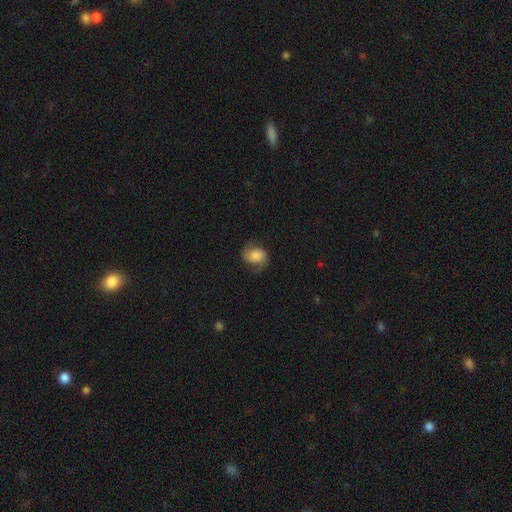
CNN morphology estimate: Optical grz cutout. It shows a smooth galaxy with no disk features (54%) that is in between round and cigar-shaped (57%). Merging: none (69%).